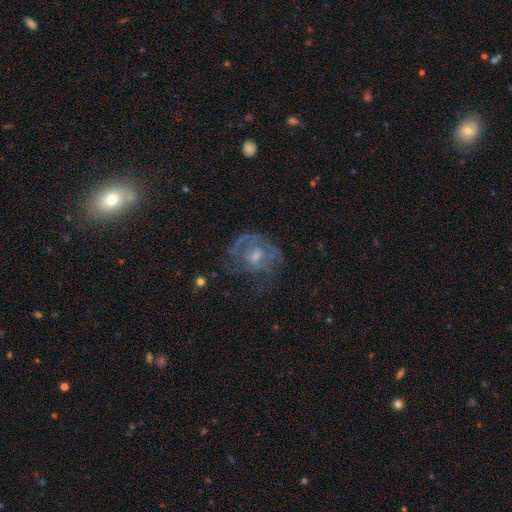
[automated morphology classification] smooth_or_featured: featured or disk (p=0.73) [alt: smooth p=0.18]
disk_edge_on: no (p=0.97) [alt: yes p=0.03]
bar: no (p=0.55) [alt: weak p=0.39]
has_spiral_arms: yes (p=0.70) [alt: no p=0.30]
bulge_size: small (p=0.51) [alt: moderate p=0.38]
merging: none (p=0.48) [alt: major disturbance p=0.28]